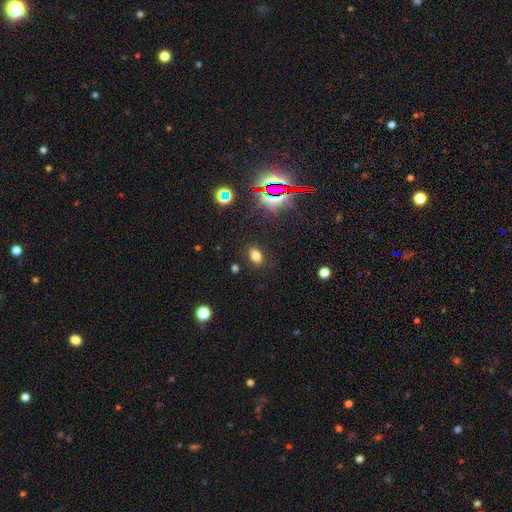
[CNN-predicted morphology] Smooth or featured? Predicted: smooth (p=0.73). How rounded? Predicted: in between (p=0.79). Merging? Predicted: none (p=0.85).